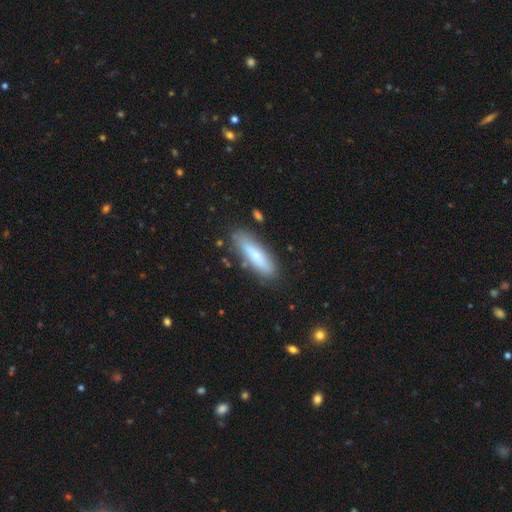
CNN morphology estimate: Overall: smooth (71%). How rounded: cigar-shaped (64%; in between 34%). Merging: none (81%).